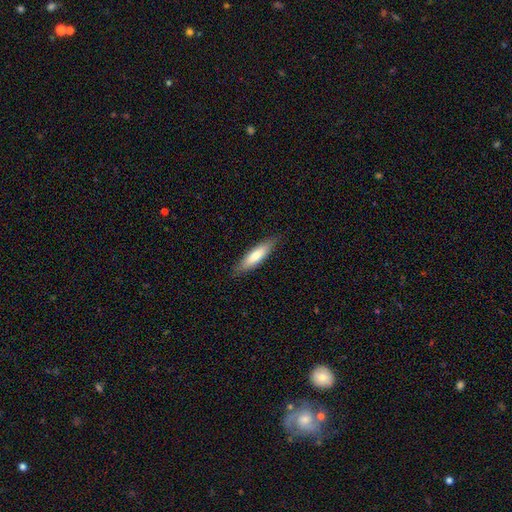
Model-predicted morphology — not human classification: type=smooth (75%); roundness=cigar-shaped (67%); merging=none (85%).